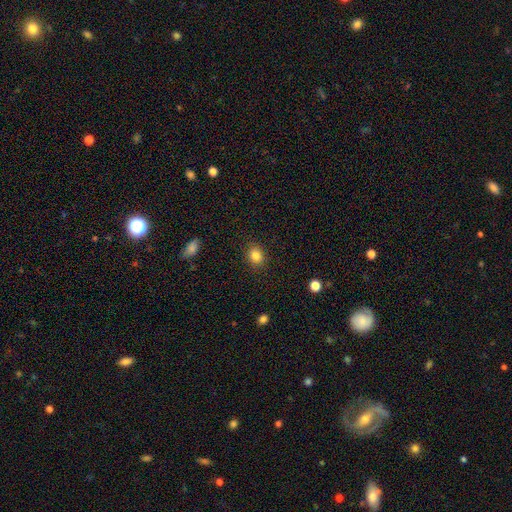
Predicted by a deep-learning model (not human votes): A smooth galaxy with no disk features (84%) that is in between round and cigar-shaped (52%).

Vote fractions:
- Smooth or featured? smooth: 84% / star or artifact: 10% / featured or disk: 6%
- How rounded? in between: 52% / round: 47% / cigar-shaped: 1%
- Merging? none: 88% / minor disturbance: 8% / major disturbance: 2% / merger: 1%